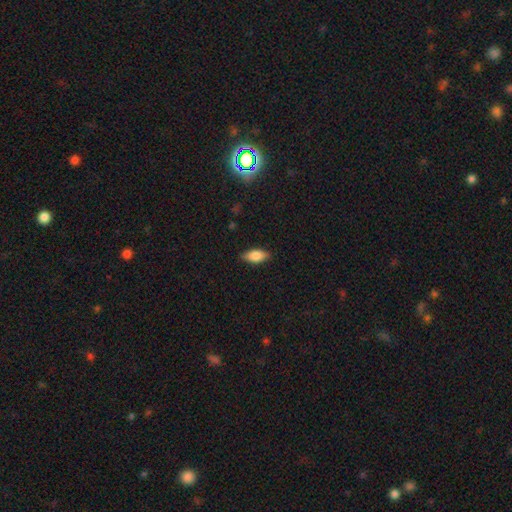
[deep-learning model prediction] smooth_or_featured: smooth (p=0.79) [alt: featured or disk p=0.14]
how_rounded: in between (p=0.84) [alt: cigar-shaped p=0.13]
merging: none (p=0.85) [alt: minor disturbance p=0.11]